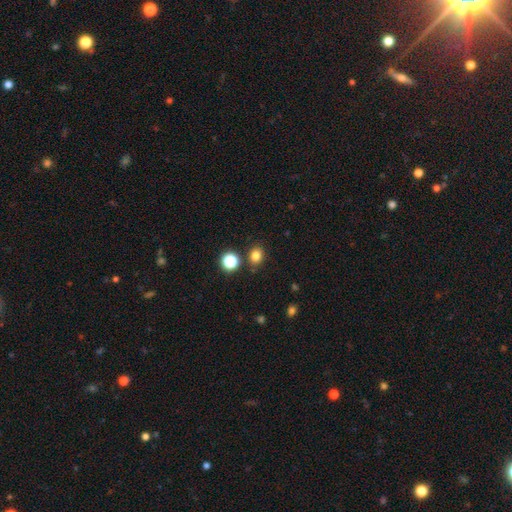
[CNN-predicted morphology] type=smooth (80%); roundness=round (60%); merging=none (82%).